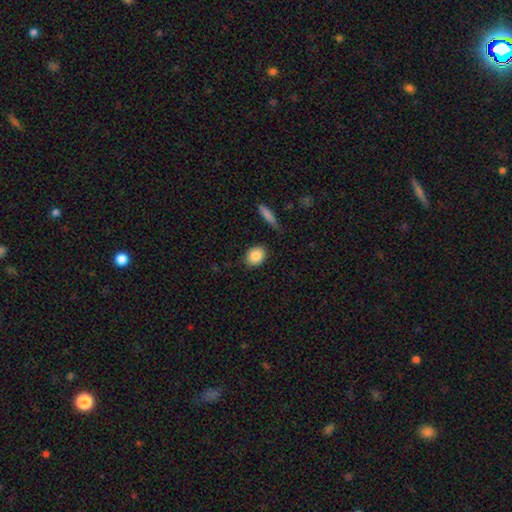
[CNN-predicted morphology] smooth 87%, star or artifact 7%, featured or disk 6%. Down the decision tree: how rounded — in between (56%); merging — none (85%).